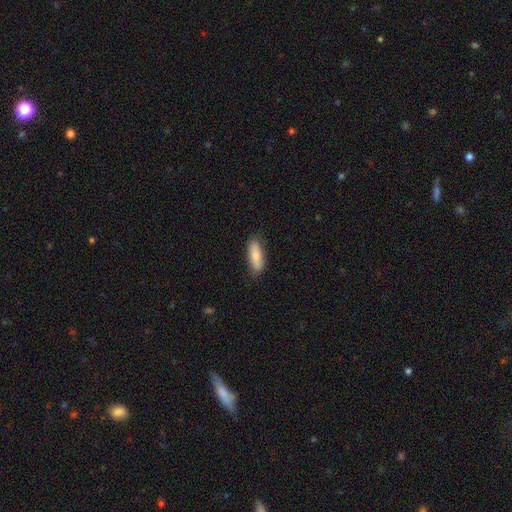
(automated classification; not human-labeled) A smooth galaxy with no disk features (82%) that is in between round and cigar-shaped (58%). Merging: none (83%).